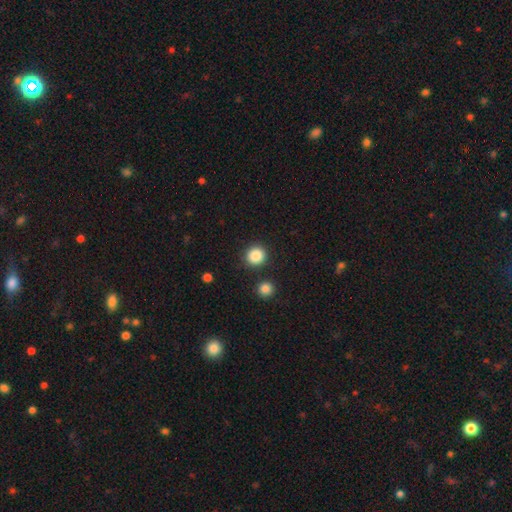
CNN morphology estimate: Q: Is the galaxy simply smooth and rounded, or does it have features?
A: smooth — 87%.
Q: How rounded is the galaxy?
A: round — 90%.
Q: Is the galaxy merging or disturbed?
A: none — 86%.